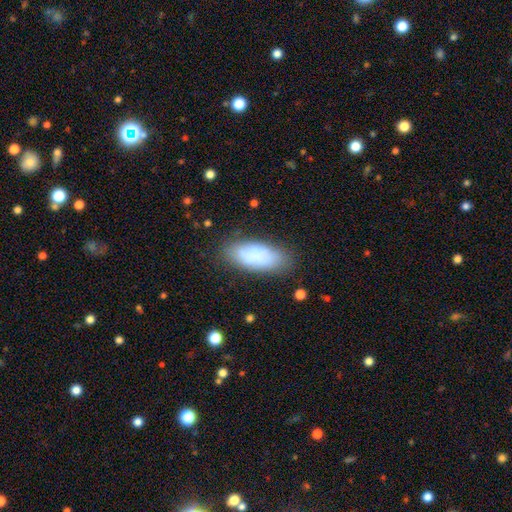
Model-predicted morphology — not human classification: Overall: smooth (78%). How rounded: in between (85%). Merging: none (77%).